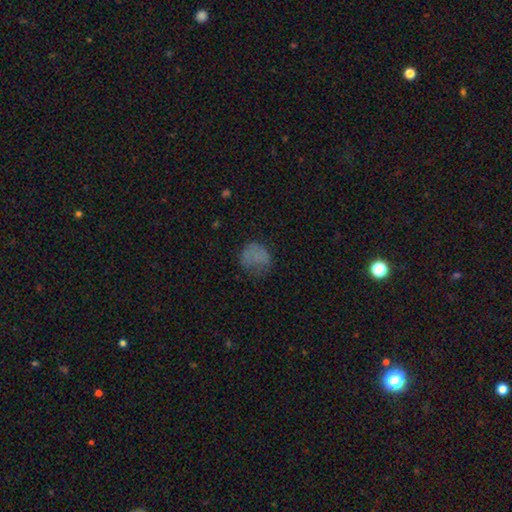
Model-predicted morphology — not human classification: Overall: smooth (67%). How rounded: round (73%). Merging: none (54%; minor disturbance 26%).